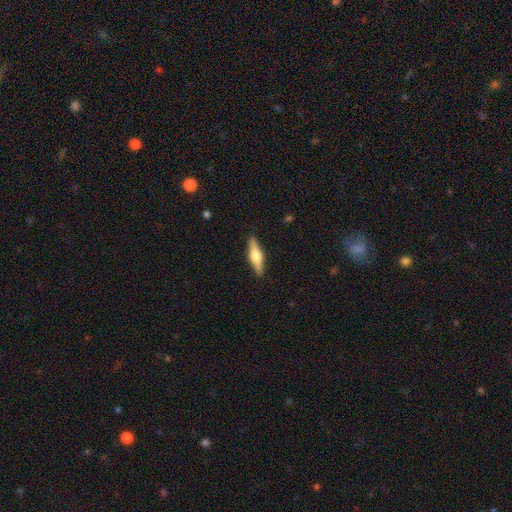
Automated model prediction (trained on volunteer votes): Smooth or featured? featured or disk (56%)
Edge-on disk? yes (95%)
Edge-on bulge? rounded (93%)
Merging? none (90%)